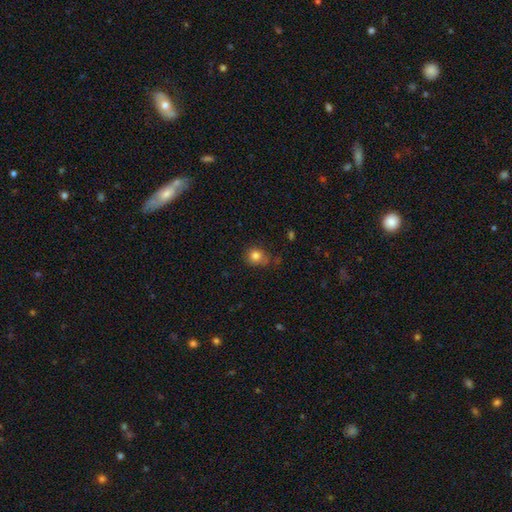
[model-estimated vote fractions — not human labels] Smooth or featured?
  - smooth: 81% *
  - star or artifact: 11%
  - featured or disk: 7%
How rounded?
  - round: 77% *
  - in between: 22%
  - cigar-shaped: 1%
Merging?
  - none: 66% *
  - minor disturbance: 25%
  - major disturbance: 6%
  - merger: 3%